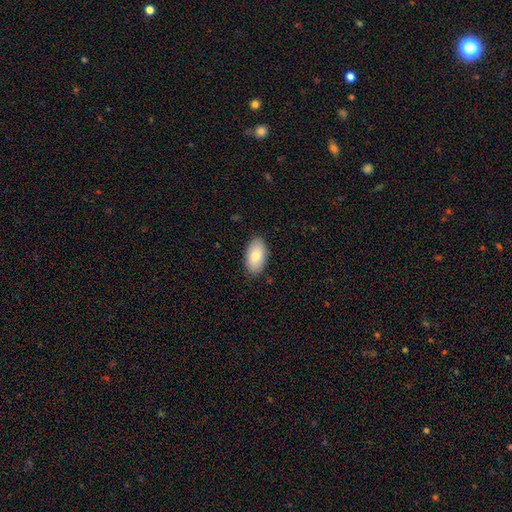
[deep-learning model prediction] smooth_or_featured: smooth (p=0.81) [alt: featured or disk p=0.13]
how_rounded: in between (p=0.95) [alt: round p=0.03]
merging: none (p=0.87) [alt: minor disturbance p=0.10]